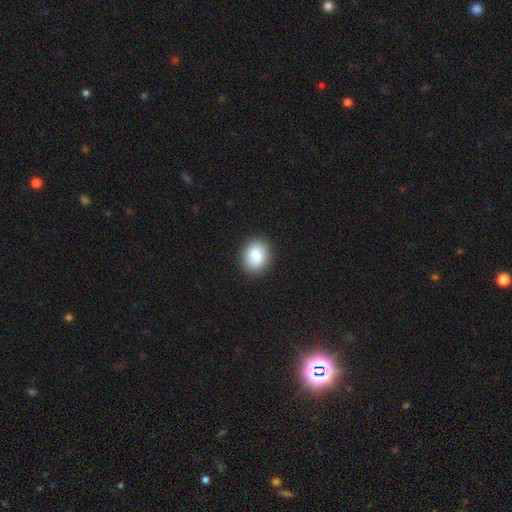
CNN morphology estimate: Smooth or featured? smooth (86%)
How rounded? round (53%)
Merging? none (90%)